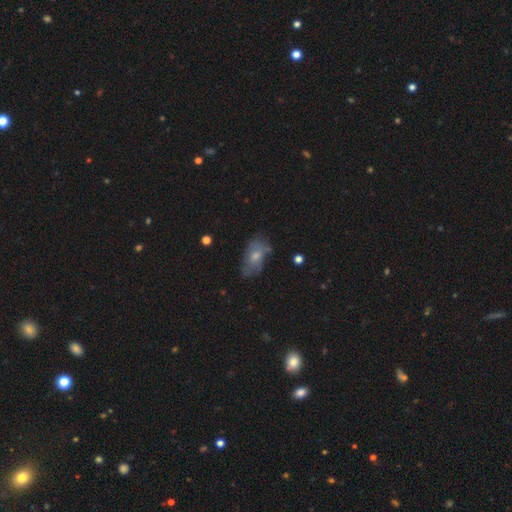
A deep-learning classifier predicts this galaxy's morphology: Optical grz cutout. It shows a smooth galaxy with no disk features (60%) that is in between round and cigar-shaped (90%). Merging: none (52%).